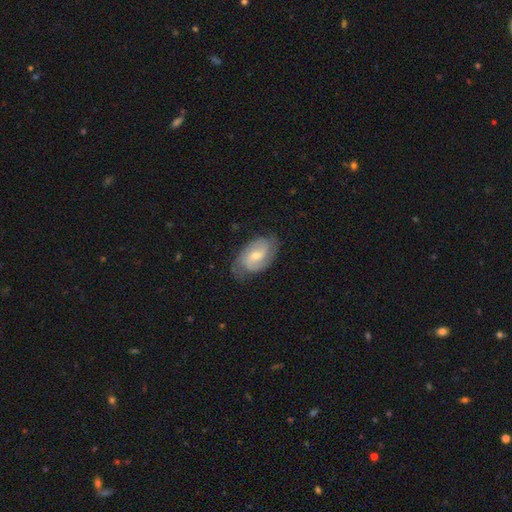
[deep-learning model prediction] Morphology: type=featured or disk (70%); edge-on=no (96%); bar=weak (48%); spiral arms=yes (91%); winding=medium (45%); arm count=2 (71%); bulge=small (50%); merging=none (70%).